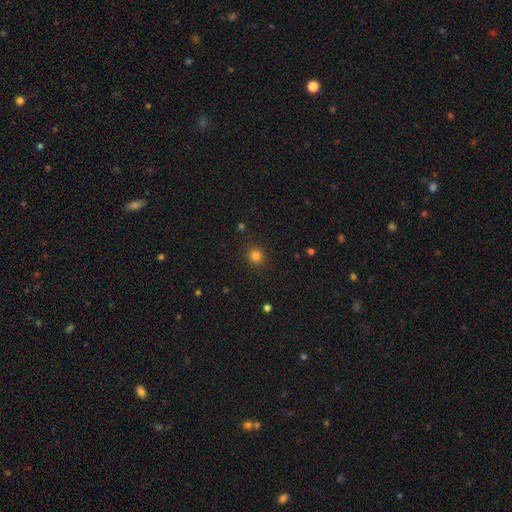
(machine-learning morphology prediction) Smooth or featured? smooth (82%)
How rounded? round (87%)
Merging? none (90%)